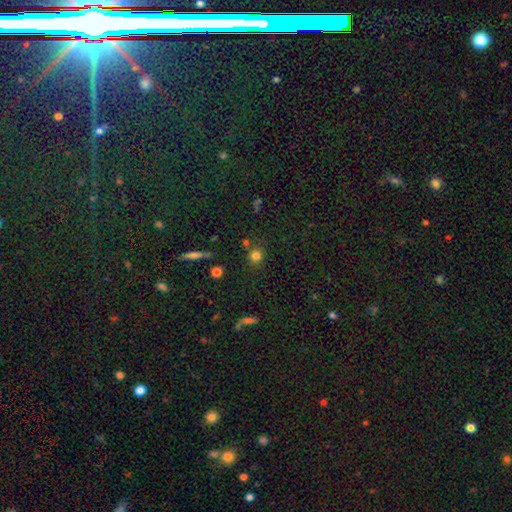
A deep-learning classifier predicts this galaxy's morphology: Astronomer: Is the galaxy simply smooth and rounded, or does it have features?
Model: smooth — 78%.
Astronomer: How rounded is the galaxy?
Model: round — 87%.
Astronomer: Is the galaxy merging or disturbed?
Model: none — 76%.